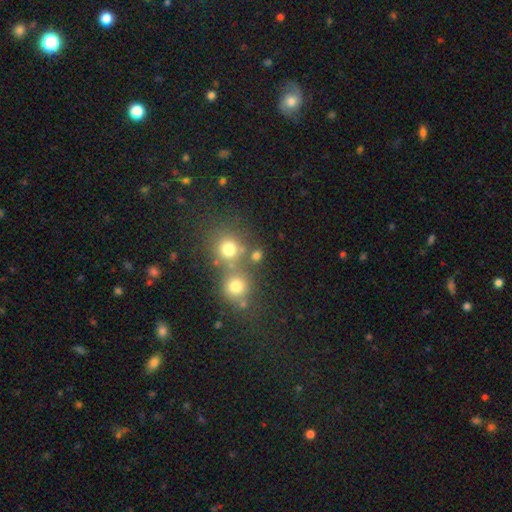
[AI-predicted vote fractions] smooth 71%, star or artifact 20%, featured or disk 10%. Down the decision tree: how rounded — round (84%); merging — none (58%).